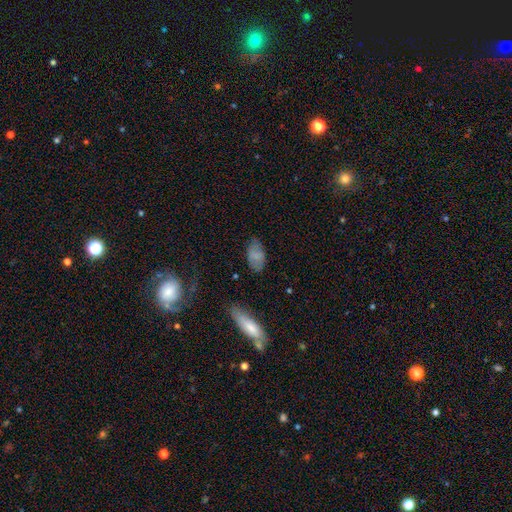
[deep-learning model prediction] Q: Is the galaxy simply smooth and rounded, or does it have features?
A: smooth — 77%.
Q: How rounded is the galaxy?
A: in between — 93%.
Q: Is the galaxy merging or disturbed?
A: none — 78%.